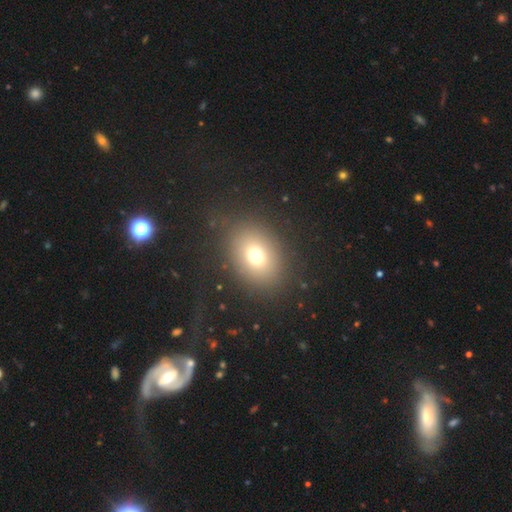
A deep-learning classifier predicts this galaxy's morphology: type=smooth (71%); roundness=in between (54%); merging=none (82%).